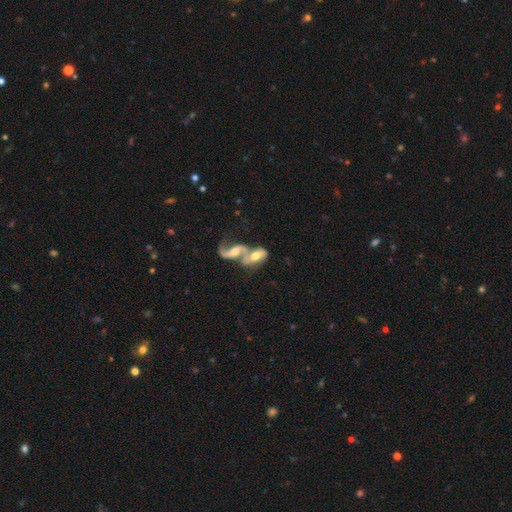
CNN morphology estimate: type=featured or disk (64%); edge-on=no (93%); bar=no (45%); spiral arms=yes (78%); bulge=moderate (53%); merging=merger (75%).